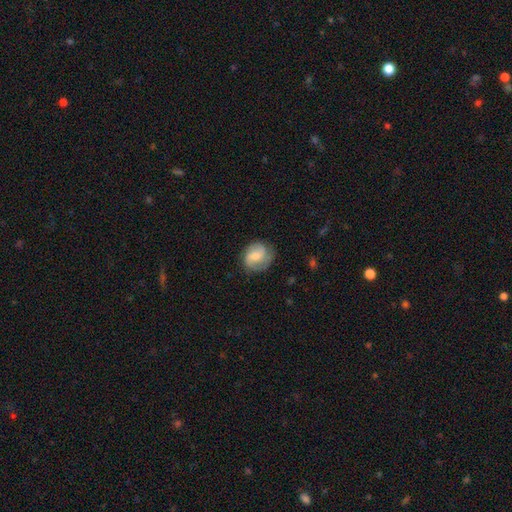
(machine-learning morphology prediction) Overall: featured or disk (52%; smooth 41%). Edge-on disk: no (98%). Bar: no (45%; weak 44%). Spiral arms: yes (89%). Bulge size: small (42%; moderate 40%). Merging: none (72%).